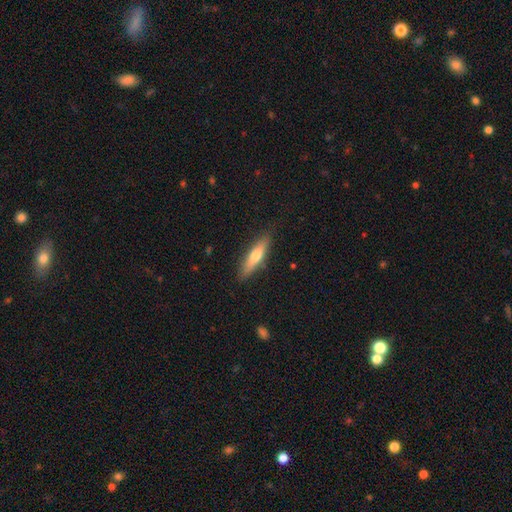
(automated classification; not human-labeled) Smooth or featured? smooth (61%)
How rounded? cigar-shaped (76%)
Merging? none (85%)